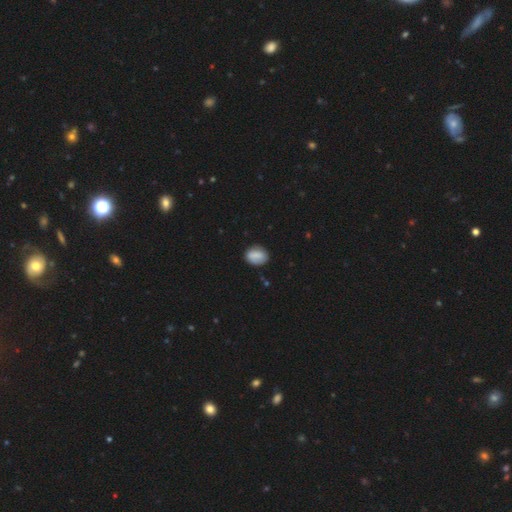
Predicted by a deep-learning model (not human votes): This appears to be a smooth galaxy with no disk features (80%) that is in between round and cigar-shaped (63%). Merging: none (80%).